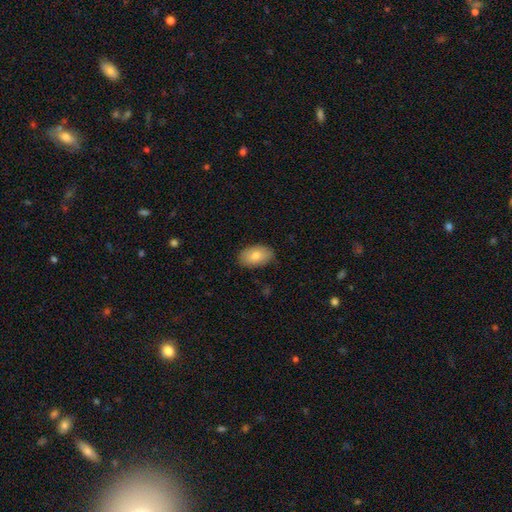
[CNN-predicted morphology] This is likely a smooth galaxy (80%). How rounded: clearly in between (92%). Merging: clearly none (84%).